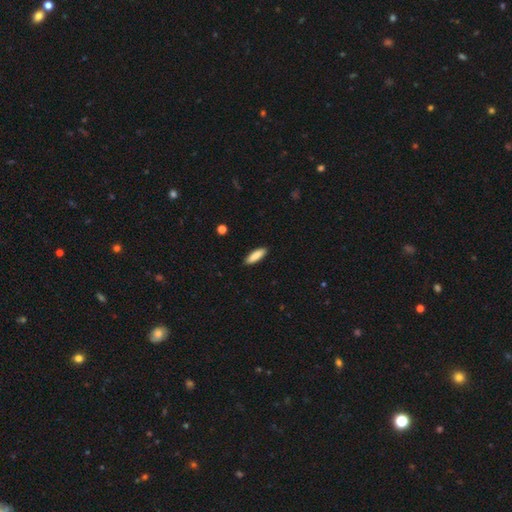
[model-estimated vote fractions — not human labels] Morphology: type=smooth (87%); roundness=cigar-shaped (54%); merging=none (90%).